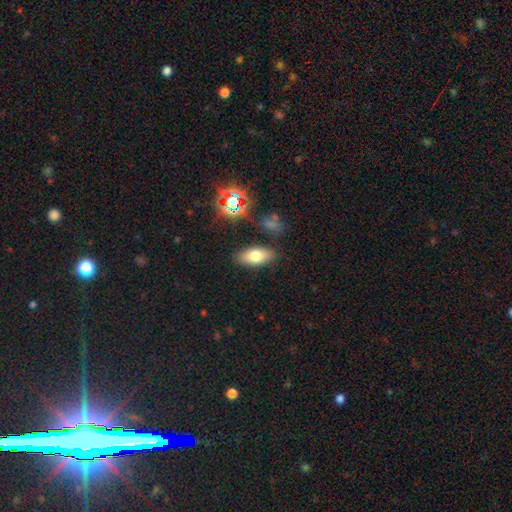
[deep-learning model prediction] Smooth or featured?
  - smooth: 73% *
  - featured or disk: 15%
  - star or artifact: 13%
How rounded?
  - in between: 87% *
  - cigar-shaped: 8%
  - round: 5%
Merging?
  - none: 84% *
  - minor disturbance: 10%
  - major disturbance: 3%
  - merger: 3%